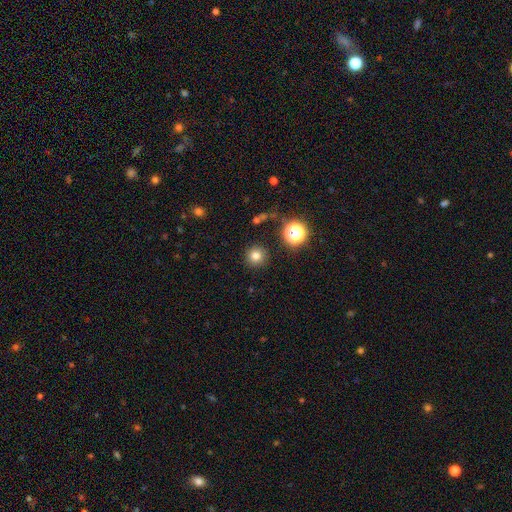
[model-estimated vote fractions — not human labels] A smooth galaxy with no disk features (78%) that is round (95%). Merging: none (90%).